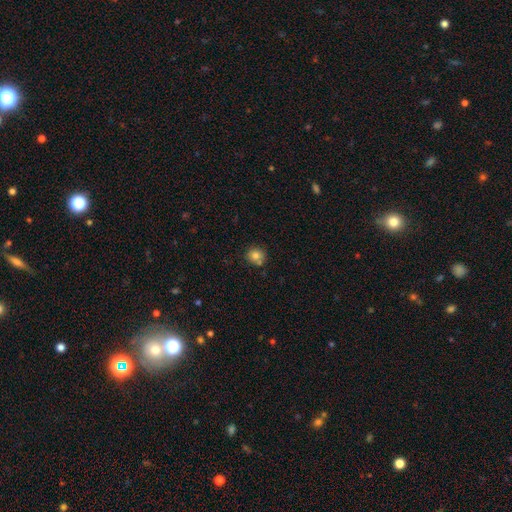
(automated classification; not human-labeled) Smooth or featured: smooth — 80% (star or artifact — 11%)
How rounded: round — 88% (in between — 11%)
Merging: none — 74% (minor disturbance — 11%)